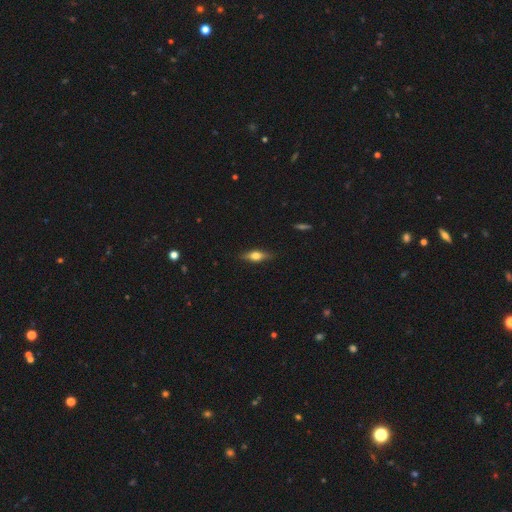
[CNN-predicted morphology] Smooth or featured? smooth (48%)
Merging? none (86%)